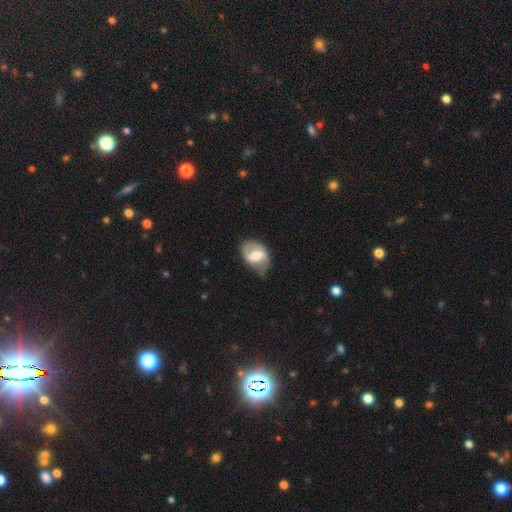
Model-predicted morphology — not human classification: Smooth or featured? featured or disk (62%)
Edge-on disk? no (96%)
Bar? weak (46%)
Spiral arms? yes (77%)
Bulge size? moderate (58%)
Merging? none (53%)